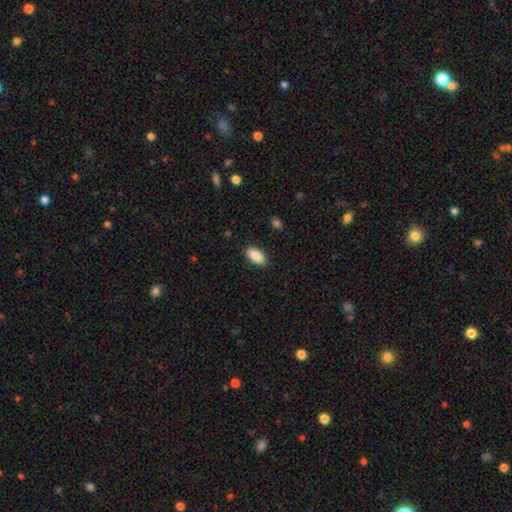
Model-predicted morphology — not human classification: This appears to be a smooth galaxy with no disk features (89%) that is in between round and cigar-shaped (92%). Merging: none (89%).